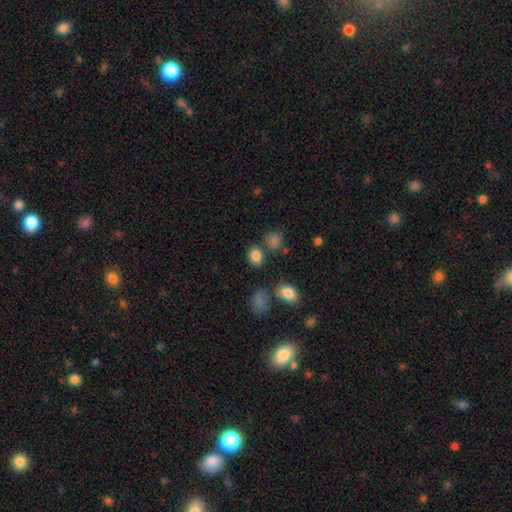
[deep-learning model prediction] Morphology: type=smooth (84%); roundness=in between (62%); merging=none (71%).